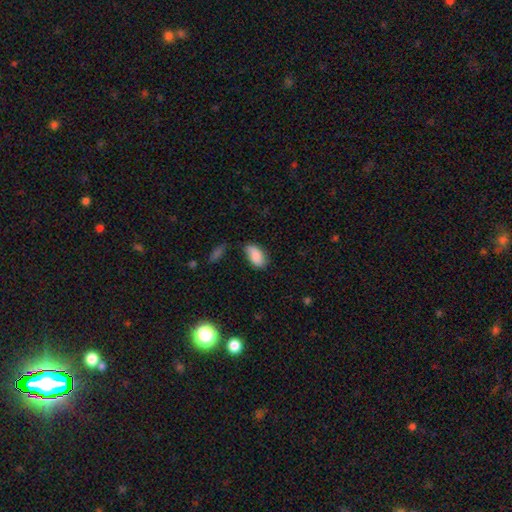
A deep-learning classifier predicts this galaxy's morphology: Q: Smooth or featured?
A: smooth (86%); runner-up: star or artifact (7%)
Q: How rounded?
A: in between (94%); runner-up: round (3%)
Q: Merging?
A: none (63%); runner-up: minor disturbance (26%)